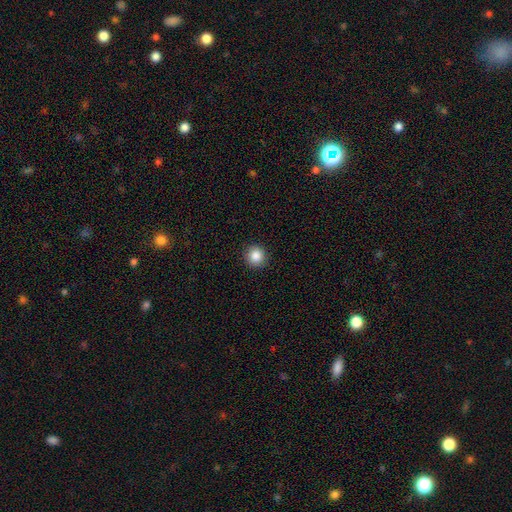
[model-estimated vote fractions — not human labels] A smooth galaxy with no disk features (86%) that is round (94%).

Vote fractions:
- Smooth or featured? smooth: 86% / star or artifact: 9% / featured or disk: 4%
- How rounded? round: 94% / in between: 5% / cigar-shaped: 1%
- Merging? none: 92% / minor disturbance: 5% / major disturbance: 2% / merger: 1%